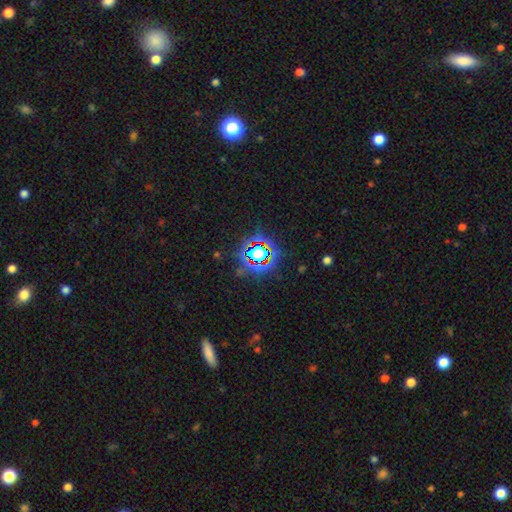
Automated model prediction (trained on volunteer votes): A star or artifact, not a galaxy (69%).

Vote fractions:
- Smooth or featured? star or artifact: 69% / smooth: 19% / featured or disk: 12%